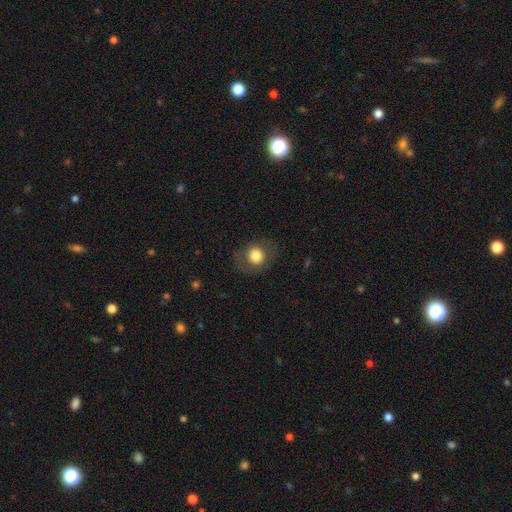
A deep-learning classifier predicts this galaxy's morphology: A smooth galaxy with no disk features (75%) that is round (73%).

Vote fractions:
- Smooth or featured? smooth: 75% / featured or disk: 17% / star or artifact: 8%
- How rounded? round: 73% / in between: 26% / cigar-shaped: 1%
- Merging? none: 81% / minor disturbance: 11% / major disturbance: 7% / merger: 1%